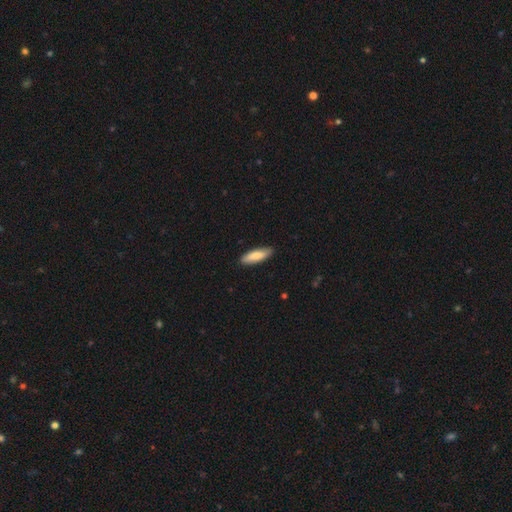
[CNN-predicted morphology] The model was most divided on "how rounded": cigar-shaped: 52%, in between: 47%, round: 2%. More confident: merging — none (89%); smooth or featured — smooth (78%).